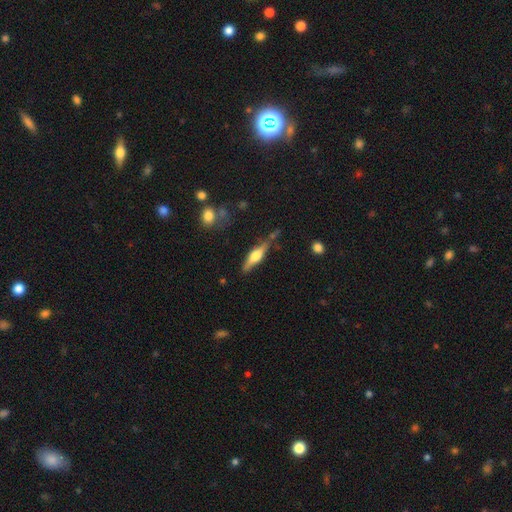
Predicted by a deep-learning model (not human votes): A featured or disk galaxy (61%) viewed edge-on (95%) with a rounded central bulge (89%).

Vote fractions:
- Smooth or featured? featured or disk: 61% / smooth: 33% / star or artifact: 6%
- Edge-on disk? yes: 95% / no: 5%
- Edge-on bulge? rounded: 89% / boxy: 9% / none: 2%
- Merging? none: 75% / minor disturbance: 15% / merger: 5% / major disturbance: 4%